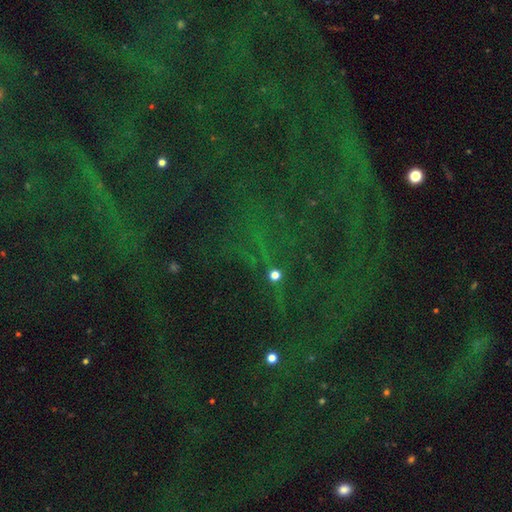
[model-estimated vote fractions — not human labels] smooth-or-featured: star or artifact: 83% | smooth: 9% | featured or disk: 8%